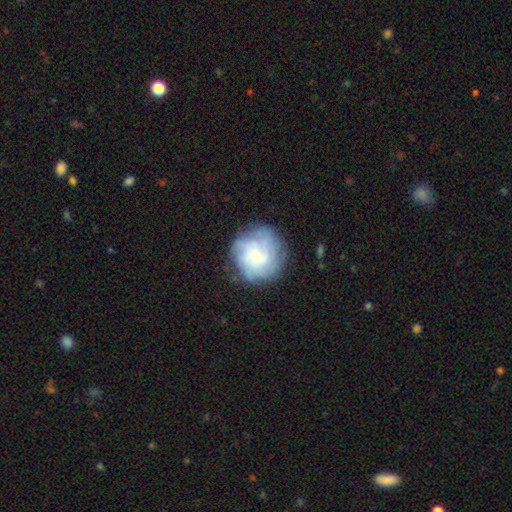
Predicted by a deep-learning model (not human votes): A featured or disk galaxy (55%) with no bar (79%), spiral arms (83%) and a small central bulge (66%).

Vote fractions:
- Smooth or featured? featured or disk: 55% / smooth: 35% / star or artifact: 9%
- Edge-on disk? no: 97% / yes: 3%
- Bar? no: 79% / weak: 18% / strong: 3%
- Spiral arms? yes: 83% / no: 17%
- Bulge size? small: 66% / moderate: 23% / none: 7% / large: 4% / dominant: 1%
- Merging? none: 75% / minor disturbance: 16% / major disturbance: 7% / merger: 1%